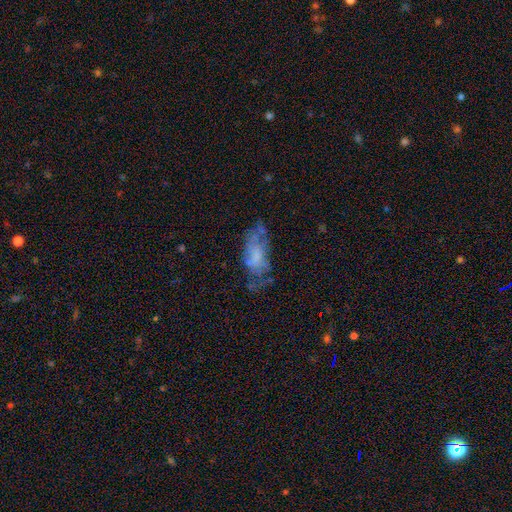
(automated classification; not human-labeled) This appears to be a featured or disk galaxy (48%). Merging: none (43%).